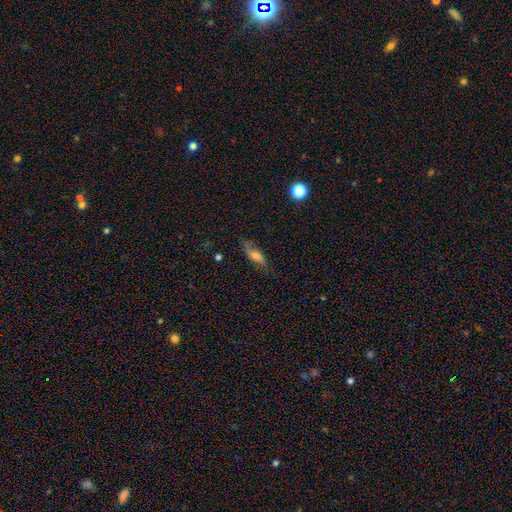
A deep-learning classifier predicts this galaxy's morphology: The model was most divided on "how rounded": in between: 61%, cigar-shaped: 36%, round: 3%. More confident: merging — none (67%); smooth or featured — smooth (60%).